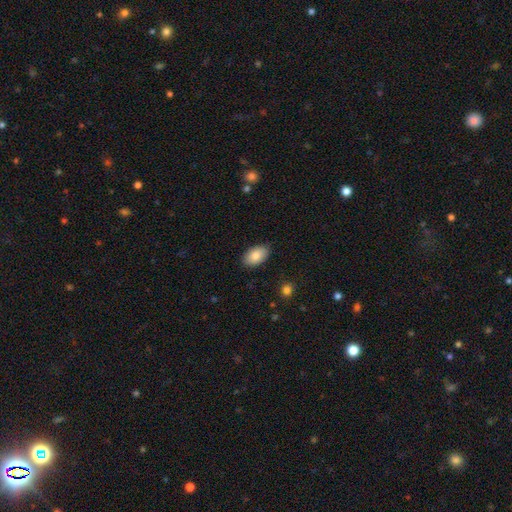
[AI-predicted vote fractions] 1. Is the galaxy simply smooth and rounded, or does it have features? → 85% smooth, 9% featured or disk, 7% star or artifact.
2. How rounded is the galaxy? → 93% in between, 6% round, 1% cigar-shaped.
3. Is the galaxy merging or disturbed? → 85% none, 12% minor disturbance, 2% major disturbance, 1% merger.